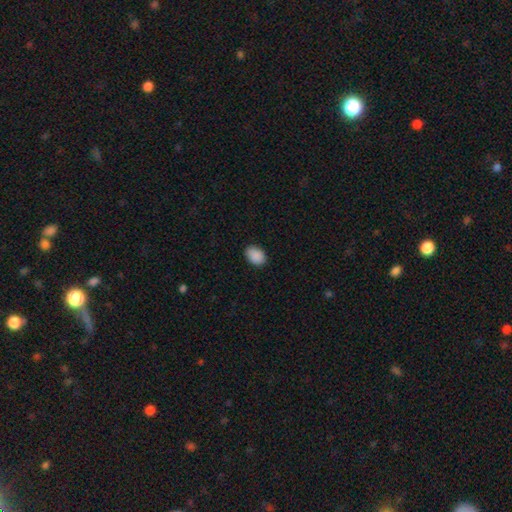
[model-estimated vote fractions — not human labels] Smooth or featured? Predicted: smooth (p=0.90). How rounded? Predicted: in between (p=0.77). Merging? Predicted: none (p=0.84).